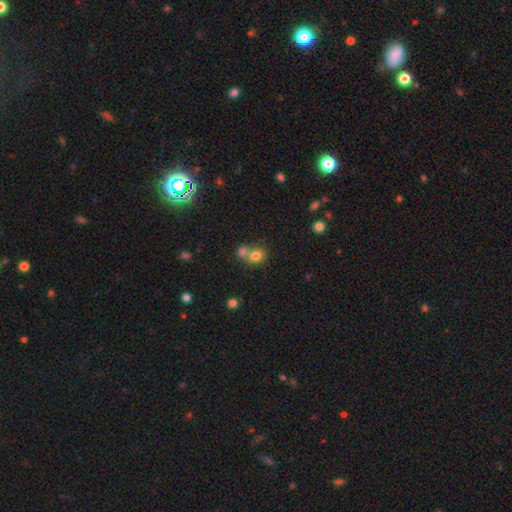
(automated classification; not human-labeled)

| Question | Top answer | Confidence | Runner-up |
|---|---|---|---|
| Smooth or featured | smooth | 78% | star or artifact (12%) |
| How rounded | round | 72% | in between (27%) |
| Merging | merger | 50% | none (39%) |